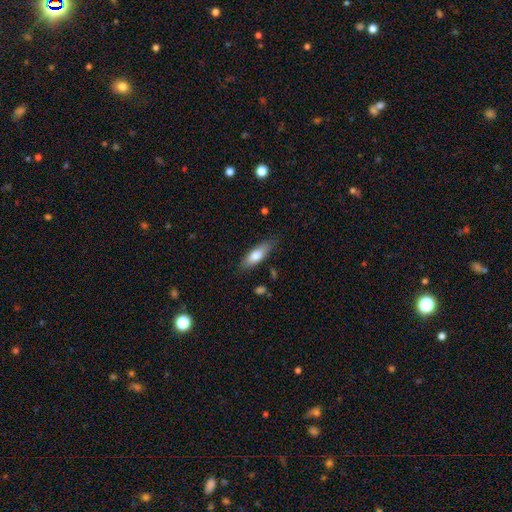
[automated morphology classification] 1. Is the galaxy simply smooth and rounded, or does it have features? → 74% smooth, 20% featured or disk, 6% star or artifact.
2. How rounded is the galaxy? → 59% in between, 39% cigar-shaped, 2% round.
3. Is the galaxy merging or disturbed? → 81% none, 15% minor disturbance, 3% major disturbance, 2% merger.